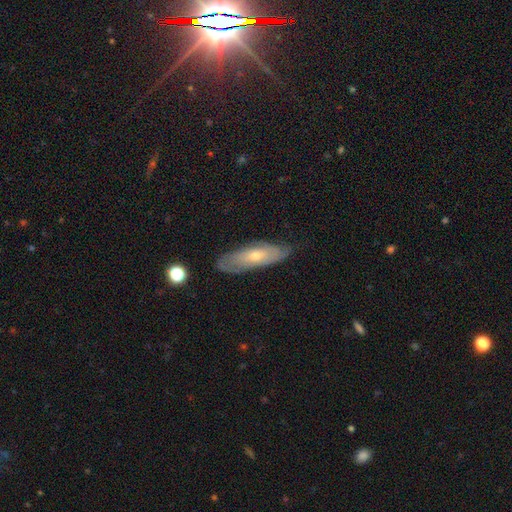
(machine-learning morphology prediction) Smooth or featured? featured or disk (53%)
Edge-on disk? no (69%)
Merging? none (72%)